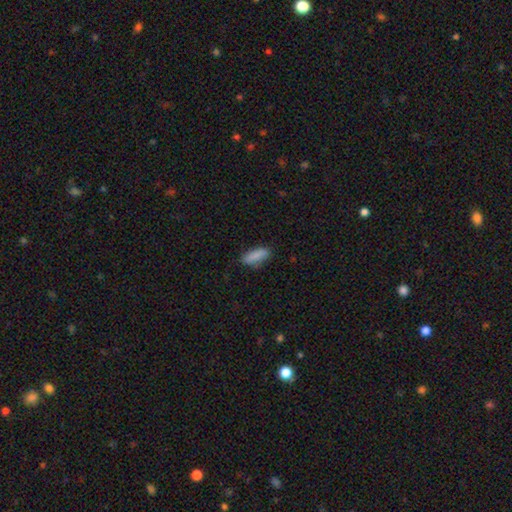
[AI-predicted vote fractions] A smooth galaxy with no disk features (87%) that is in between round and cigar-shaped (66%).

Vote fractions:
- Smooth or featured? smooth: 87% / star or artifact: 7% / featured or disk: 6%
- How rounded? in between: 66% / cigar-shaped: 32% / round: 2%
- Merging? none: 79% / minor disturbance: 17% / major disturbance: 3% / merger: 2%